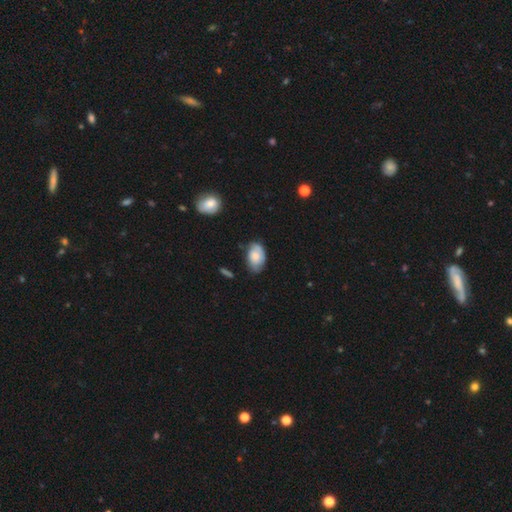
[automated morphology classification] Q: Smooth or featured?
A: smooth (68%); runner-up: featured or disk (25%)
Q: How rounded?
A: in between (90%); runner-up: round (8%)
Q: Merging?
A: none (64%); runner-up: minor disturbance (28%)